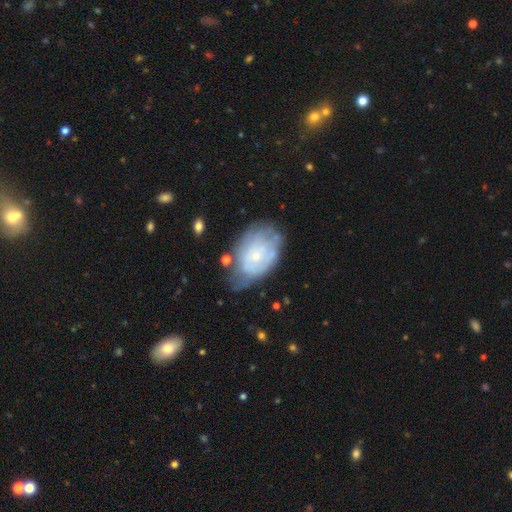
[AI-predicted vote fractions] Smooth or featured? Predicted: featured or disk (p=0.57). Edge-on disk? Predicted: no (p=0.96). Bar? Predicted: no (p=0.82). Spiral arms? Predicted: yes (p=0.61). Bulge size? Predicted: small (p=0.79). Merging? Predicted: none (p=0.51).